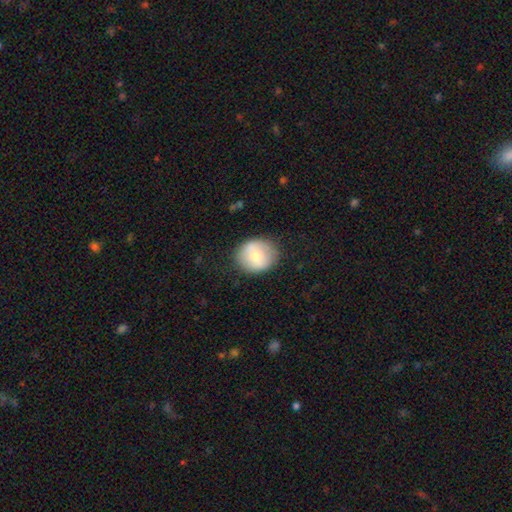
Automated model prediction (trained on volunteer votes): Smooth or featured? Predicted: smooth (p=0.68). How rounded? Predicted: round (p=0.79). Merging? Predicted: none (p=0.83).